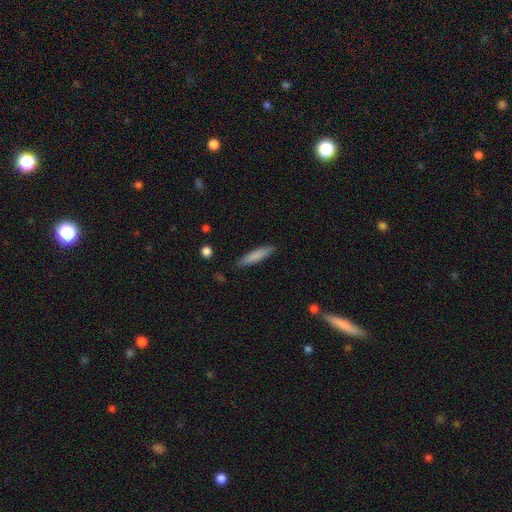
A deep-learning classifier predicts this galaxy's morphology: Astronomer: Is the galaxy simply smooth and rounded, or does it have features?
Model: smooth — 81%.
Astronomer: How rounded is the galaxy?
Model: cigar-shaped — 86%.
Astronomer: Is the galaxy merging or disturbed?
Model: none — 86%.